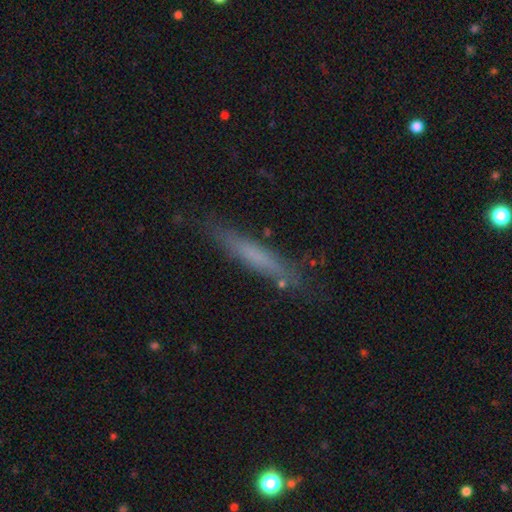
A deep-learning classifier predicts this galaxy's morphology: Smooth or featured: smooth — 60% (featured or disk — 32%)
How rounded: cigar-shaped — 92% (in between — 6%)
Merging: none — 78% (minor disturbance — 16%)